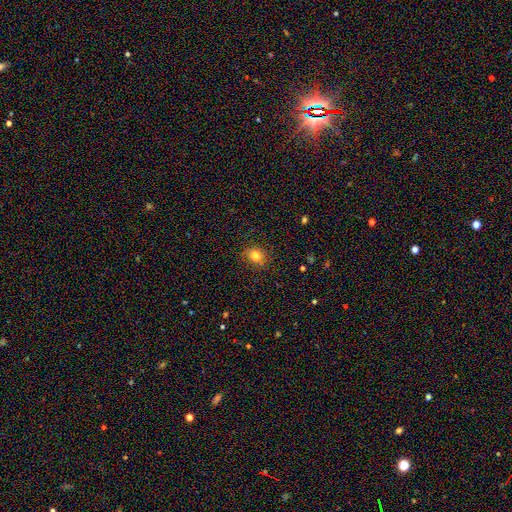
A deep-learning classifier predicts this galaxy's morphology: Smooth or featured?
  - smooth: 81% *
  - star or artifact: 12%
  - featured or disk: 7%
How rounded?
  - round: 58% *
  - in between: 41%
  - cigar-shaped: 1%
Merging?
  - none: 87% *
  - minor disturbance: 9%
  - major disturbance: 3%
  - merger: 1%